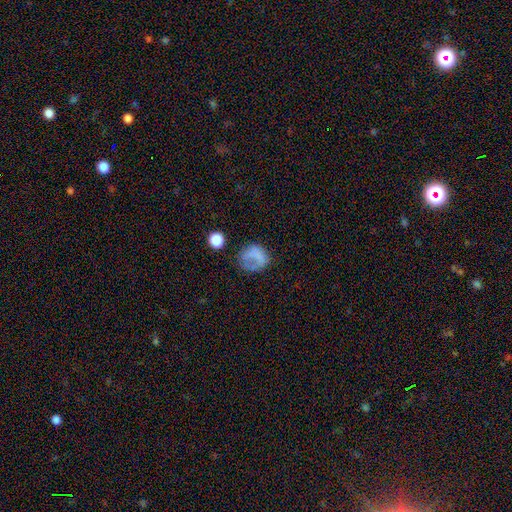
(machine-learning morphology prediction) smooth-or-featured: smooth: 65% | featured or disk: 22% | star or artifact: 14%
  how-rounded: round: 76% | in between: 23% | cigar-shaped: 1%
  merging: none: 51% | major disturbance: 23% | minor disturbance: 23% | merger: 4%